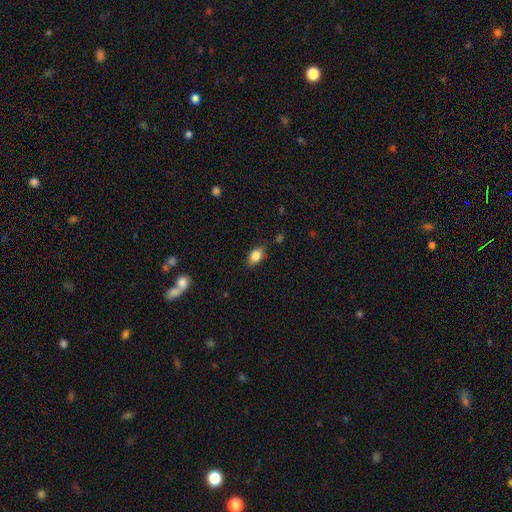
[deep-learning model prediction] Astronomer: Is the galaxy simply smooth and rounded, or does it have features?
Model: smooth — 84%.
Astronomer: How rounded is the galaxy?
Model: in between — 85%.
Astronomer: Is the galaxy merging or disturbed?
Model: none — 81%.